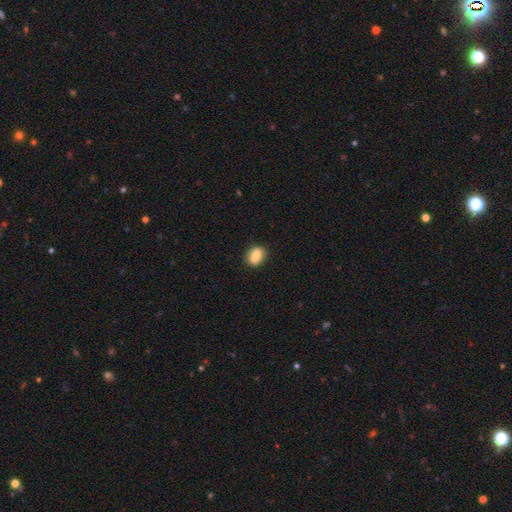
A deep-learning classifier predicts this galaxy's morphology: This appears to be a smooth galaxy with no disk features (83%) that is in between round and cigar-shaped (68%). Merging: none (86%).